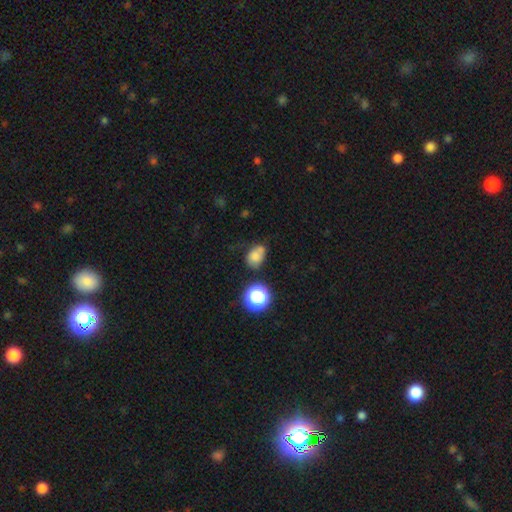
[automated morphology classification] A smooth galaxy with no disk features (75%) that is in between round and cigar-shaped (60%).

Vote fractions:
- Smooth or featured? smooth: 75% / star or artifact: 14% / featured or disk: 11%
- How rounded? in between: 60% / round: 39% / cigar-shaped: 1%
- Merging? none: 47% / minor disturbance: 28% / merger: 16% / major disturbance: 10%